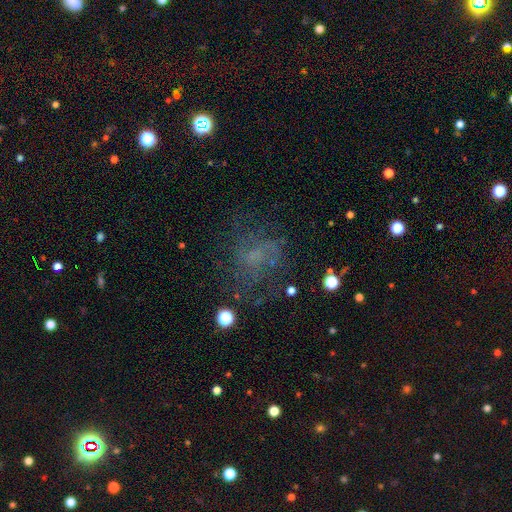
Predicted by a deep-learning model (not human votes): smooth_or_featured: featured or disk (p=0.42) [alt: smooth p=0.32]
merging: none (p=0.56) [alt: major disturbance p=0.23]